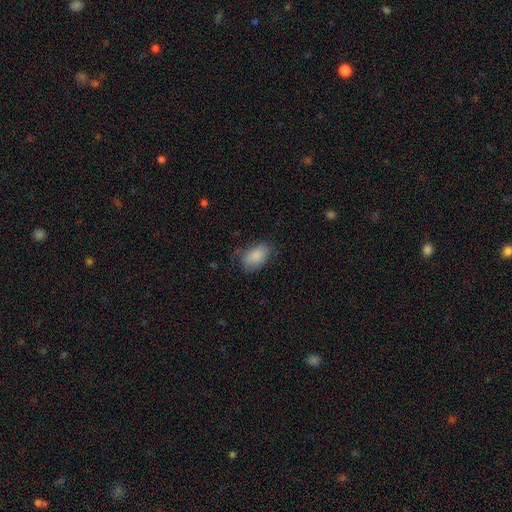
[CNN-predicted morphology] A smooth galaxy with no disk features (85%) that is in between round and cigar-shaped (91%).

Vote fractions:
- Smooth or featured? smooth: 85% / featured or disk: 8% / star or artifact: 7%
- How rounded? in between: 91% / round: 7% / cigar-shaped: 2%
- Merging? none: 57% / minor disturbance: 29% / major disturbance: 12% / merger: 2%